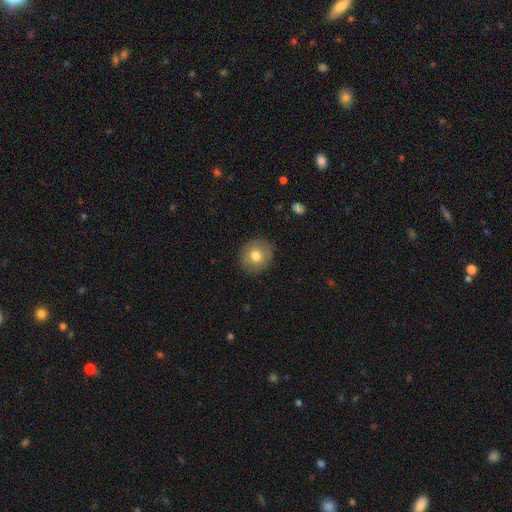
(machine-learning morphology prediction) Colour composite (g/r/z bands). It shows a smooth galaxy with no disk features (76%) that is round (89%). Merging: none (90%).